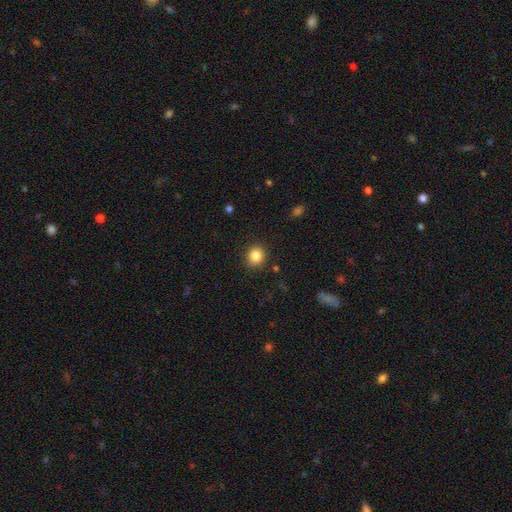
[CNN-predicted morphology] A smooth galaxy with no disk features (85%) that is round (85%).

Vote fractions:
- Smooth or featured? smooth: 85% / star or artifact: 11% / featured or disk: 5%
- How rounded? round: 85% / in between: 14% / cigar-shaped: 1%
- Merging? none: 89% / minor disturbance: 8% / major disturbance: 2% / merger: 1%